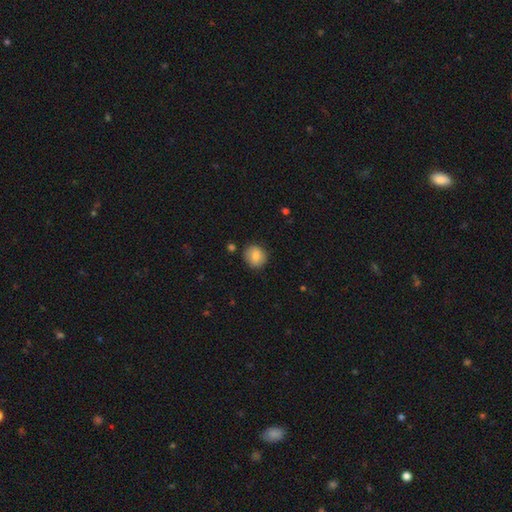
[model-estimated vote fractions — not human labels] This appears to be a smooth galaxy with no disk features (78%) that is round (82%). Merging: none (84%).